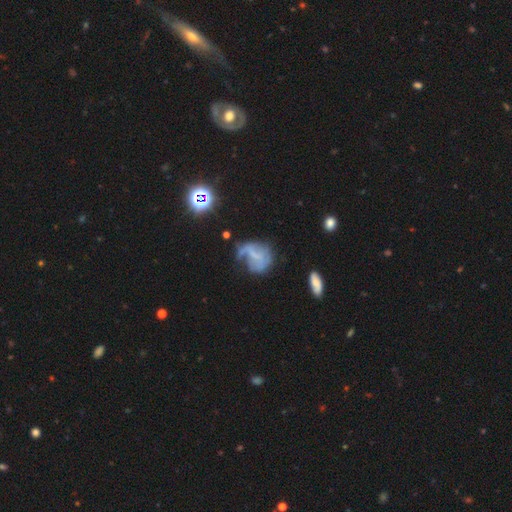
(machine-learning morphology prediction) Smooth or featured? Predicted: featured or disk (p=0.52). Edge-on disk? Predicted: no (p=0.97). Bar? Predicted: no (p=0.57). Spiral arms? Predicted: no (p=0.50, tied with yes). Bulge size? Predicted: none (p=0.65). Merging? Predicted: major disturbance (p=0.38).